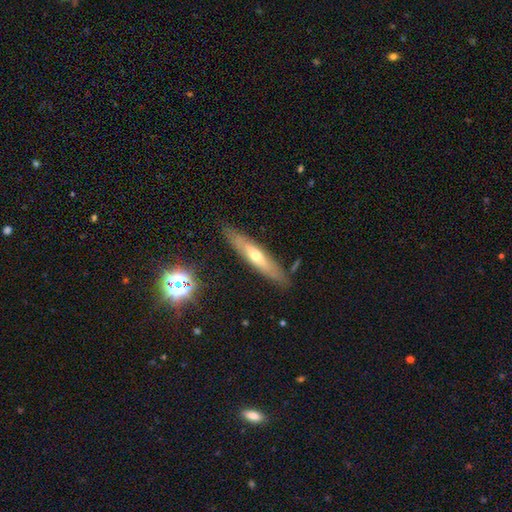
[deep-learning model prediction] A featured or disk galaxy (56%) viewed edge-on (72%). Merging: none (84%).